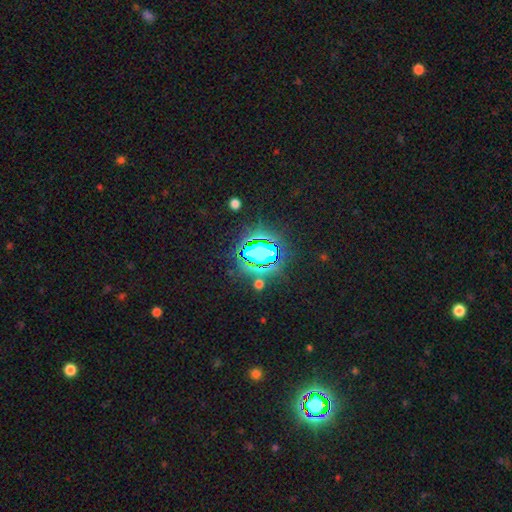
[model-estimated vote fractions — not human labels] Smooth or featured?
  - star or artifact: 75% *
  - smooth: 15%
  - featured or disk: 9%